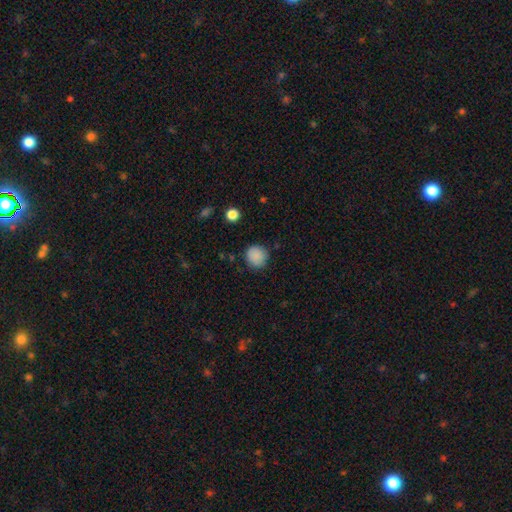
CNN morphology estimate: A smooth galaxy with no disk features (88%) that is round (90%). Merging: none (85%).